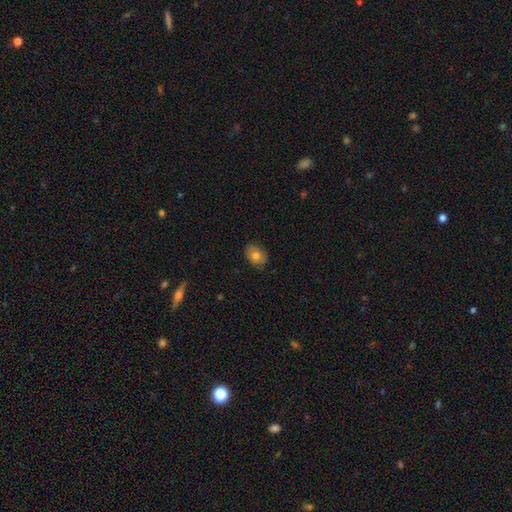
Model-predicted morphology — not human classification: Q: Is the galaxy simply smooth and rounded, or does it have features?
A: smooth — 77%.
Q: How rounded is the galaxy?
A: in between — 74%.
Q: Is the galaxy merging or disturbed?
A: none — 83%.